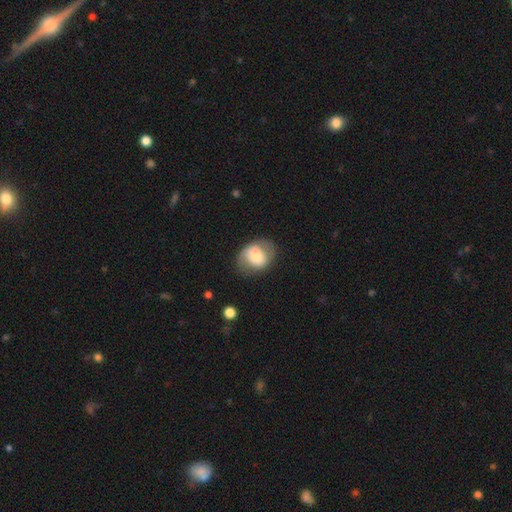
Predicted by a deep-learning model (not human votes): Smooth or featured? Predicted: smooth (p=0.58). How rounded? Predicted: in between (p=0.57). Merging? Predicted: none (p=0.58).